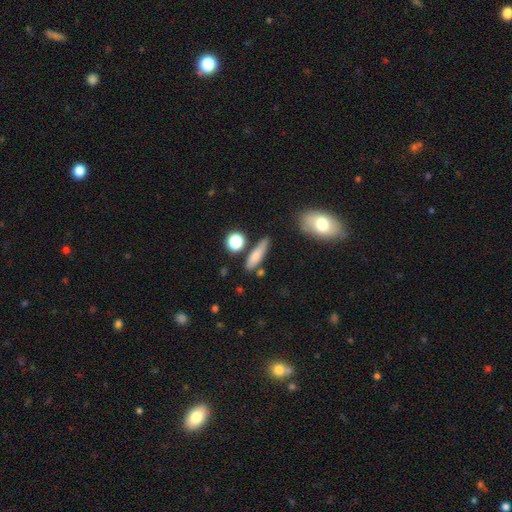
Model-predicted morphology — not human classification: type=smooth (75%); roundness=cigar-shaped (69%); merging=none (73%).